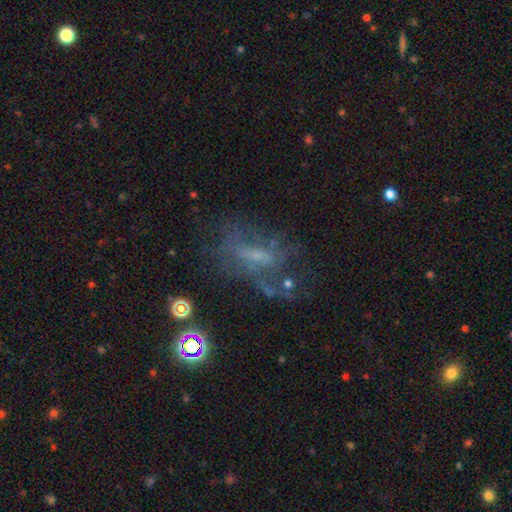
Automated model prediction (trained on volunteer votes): Smooth or featured?
  - featured or disk: 56% *
  - star or artifact: 22%
  - smooth: 21%
Edge-on disk?
  - no: 87% *
  - yes: 13%
Merging?
  - none: 48% *
  - major disturbance: 26%
  - minor disturbance: 19%
  - merger: 6%